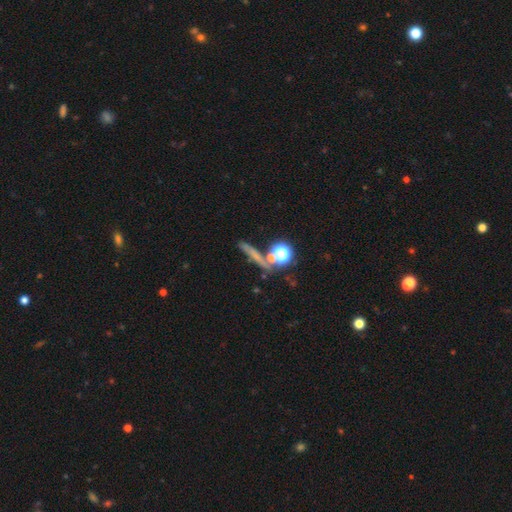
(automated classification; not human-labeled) The model was most divided on "smooth or featured": smooth: 45%, star or artifact: 30%, featured or disk: 25%. More confident: merging — none (67%).